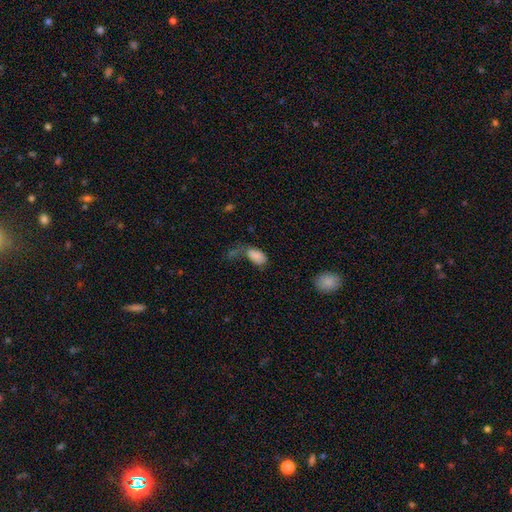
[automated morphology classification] Overall: smooth (83%). How rounded: in between (94%). Merging: none (34%; major disturbance 25%).